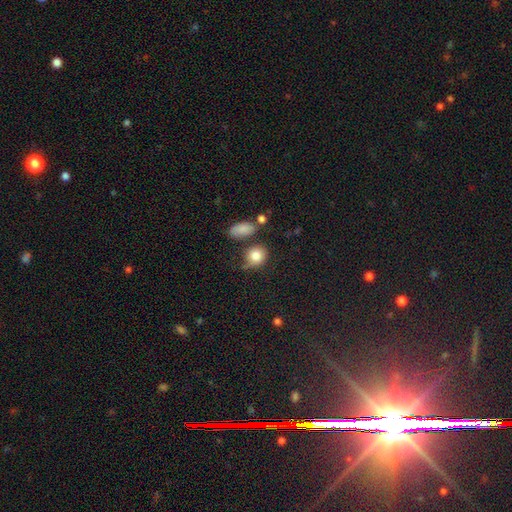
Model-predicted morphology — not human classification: This appears to be a smooth galaxy with no disk features (83%) that is round (69%). Merging: none (58%).